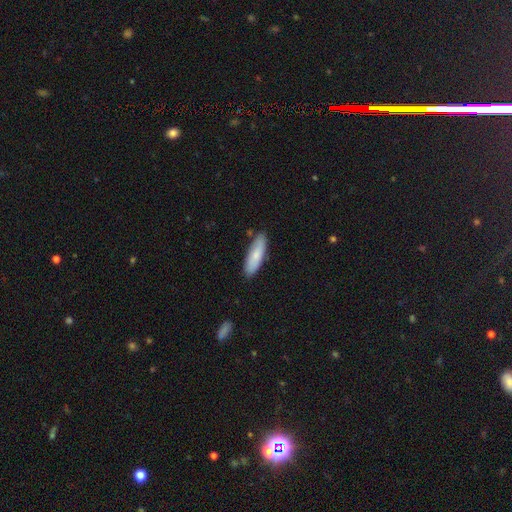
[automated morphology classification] Smooth or featured?
  - smooth: 78% *
  - featured or disk: 16%
  - star or artifact: 6%
How rounded?
  - cigar-shaped: 54% *
  - in between: 45%
  - round: 2%
Merging?
  - none: 82% *
  - minor disturbance: 13%
  - merger: 2%
  - major disturbance: 2%